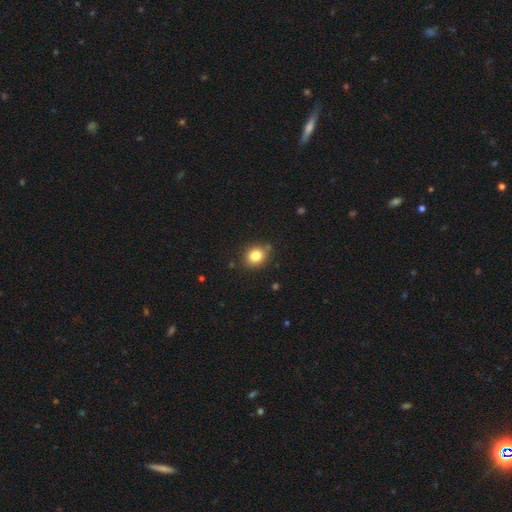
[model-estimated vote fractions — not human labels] smooth_or_featured: smooth (p=0.81) [alt: star or artifact p=0.11]
how_rounded: round (p=0.67) [alt: in between p=0.32]
merging: none (p=0.82) [alt: minor disturbance p=0.13]